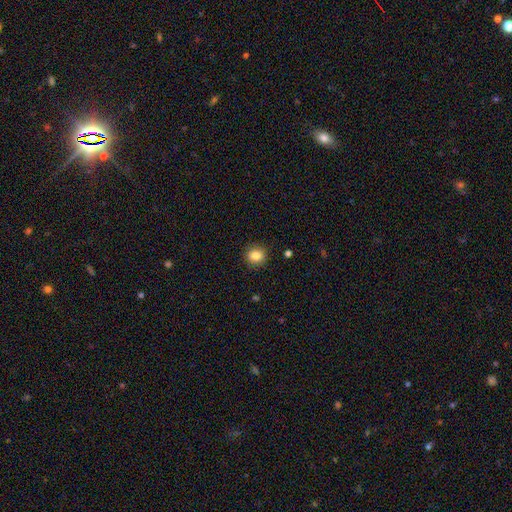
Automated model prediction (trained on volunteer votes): Q: Smooth or featured?
A: smooth (85%); runner-up: star or artifact (10%)
Q: How rounded?
A: round (73%); runner-up: in between (26%)
Q: Merging?
A: none (89%); runner-up: minor disturbance (8%)